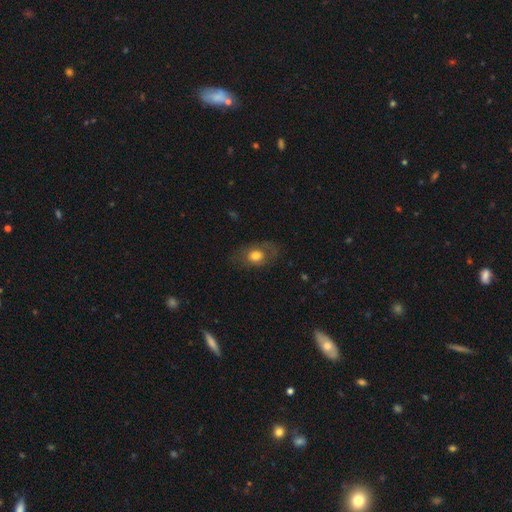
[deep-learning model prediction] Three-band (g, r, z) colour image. It shows a smooth galaxy with no disk features (64%) that is in between round and cigar-shaped (71%). Merging: none (68%).